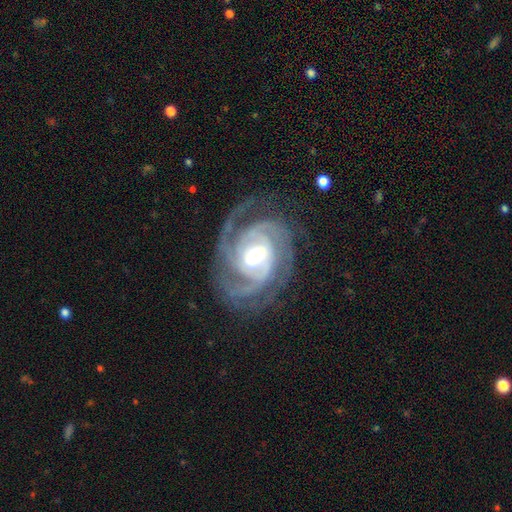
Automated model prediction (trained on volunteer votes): A featured or disk galaxy (93%) with no bar (43%), 3 (46%) tight (64%) spiral arms (99%) and a moderate central bulge (58%). Merging: none (76%).